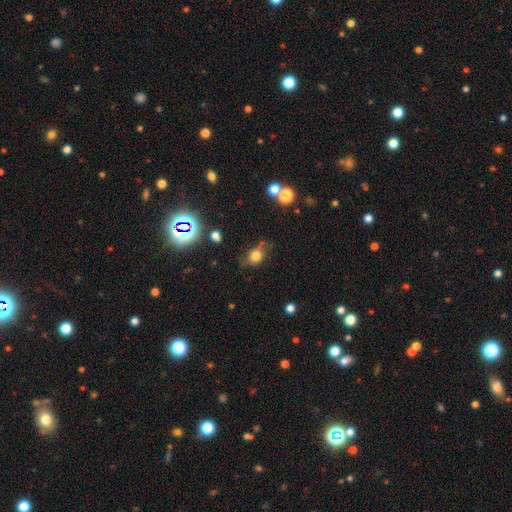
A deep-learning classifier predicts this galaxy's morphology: Q: Smooth or featured?
A: smooth (66%); runner-up: featured or disk (18%)
Q: How rounded?
A: round (49%); runner-up: in between (48%)
Q: Merging?
A: none (59%); runner-up: minor disturbance (25%)